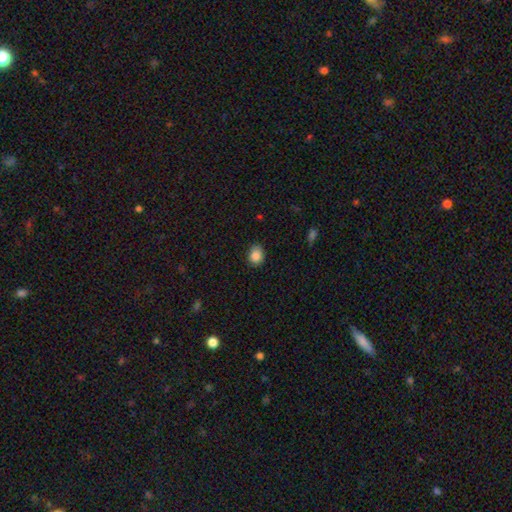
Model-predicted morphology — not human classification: type=smooth (87%); roundness=round (52%); merging=none (81%).